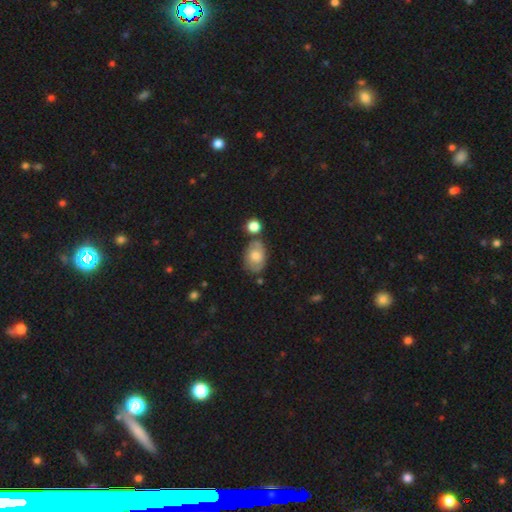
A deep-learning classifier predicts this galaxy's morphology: Smooth or featured? smooth (57%)
How rounded? in between (81%)
Merging? none (59%)